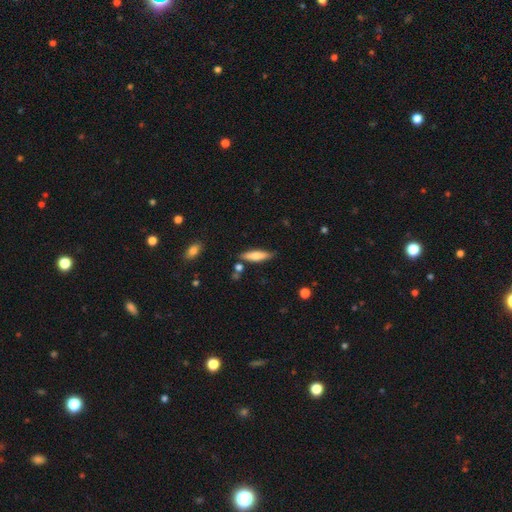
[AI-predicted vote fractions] smooth_or_featured: smooth (p=0.69) [alt: featured or disk p=0.25]
how_rounded: cigar-shaped (p=0.67) [alt: in between p=0.32]
merging: none (p=0.78) [alt: minor disturbance p=0.14]